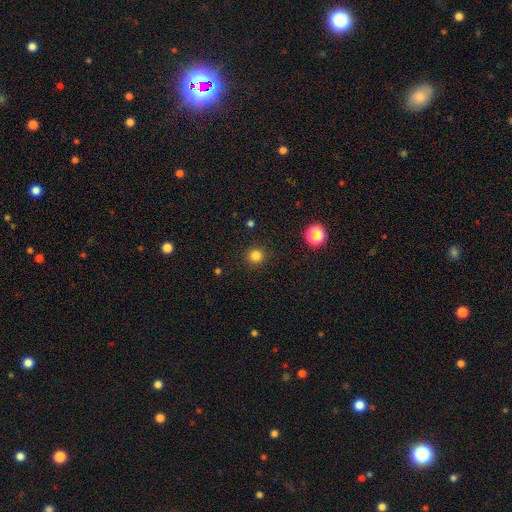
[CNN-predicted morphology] This is clearly a smooth galaxy (82%). How rounded: clearly round (95%). Merging: clearly none (92%).